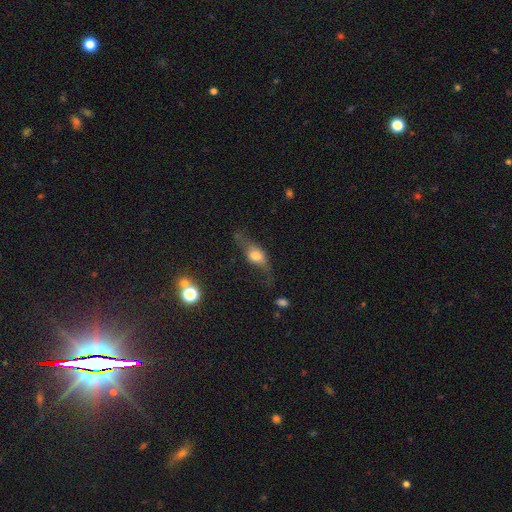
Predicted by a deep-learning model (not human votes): Smooth or featured? featured or disk (46%)
Merging? none (49%)